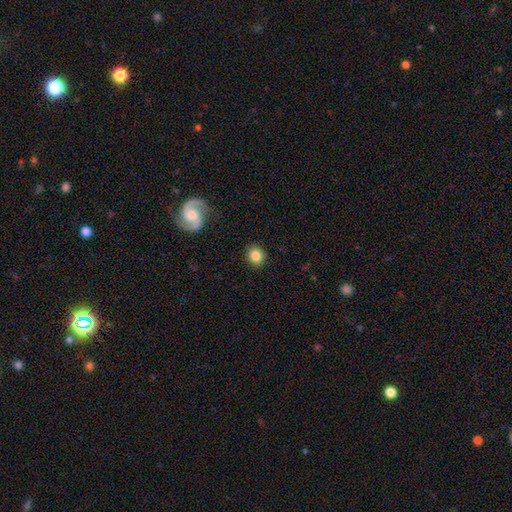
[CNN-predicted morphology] Overall: smooth (83%). How rounded: round (76%). Merging: none (90%).